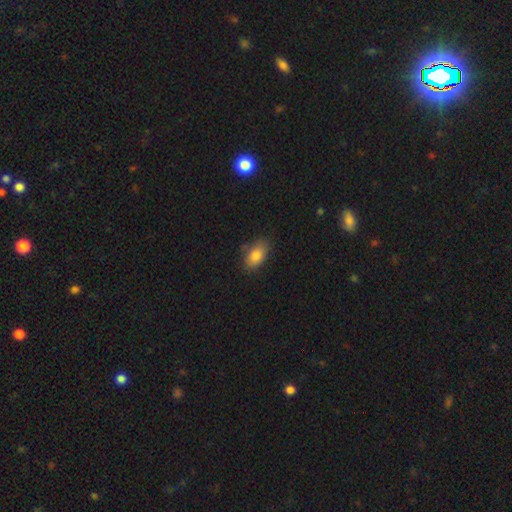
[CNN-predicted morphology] A smooth galaxy with no disk features (83%) that is in between round and cigar-shaped (89%).

Vote fractions:
- Smooth or featured? smooth: 83% / featured or disk: 9% / star or artifact: 8%
- How rounded? in between: 89% / round: 9% / cigar-shaped: 2%
- Merging? none: 73% / minor disturbance: 21% / major disturbance: 4% / merger: 2%